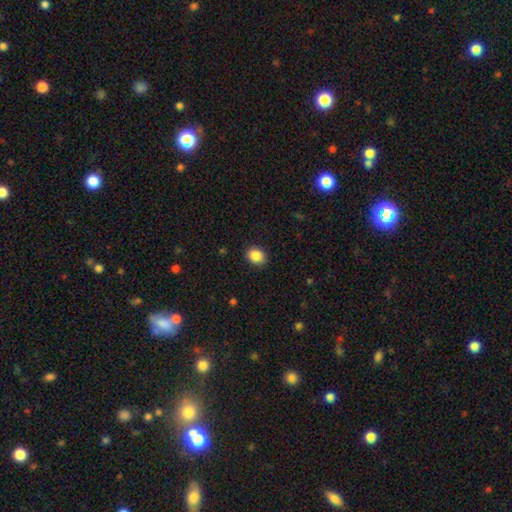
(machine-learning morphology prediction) smooth 88%, star or artifact 9%, featured or disk 3%. Down the decision tree: how rounded — round (58%); merging — none (89%).